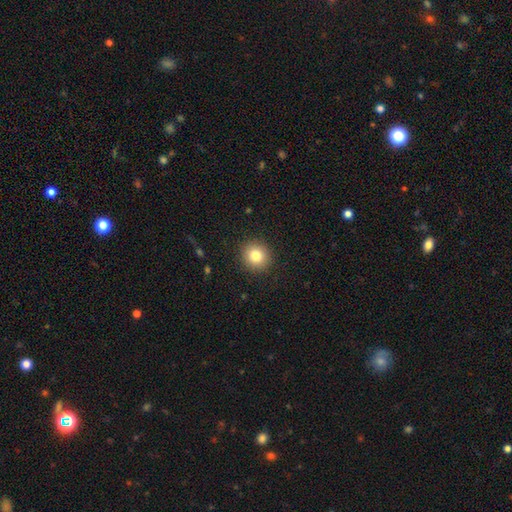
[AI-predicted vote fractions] A smooth galaxy with no disk features (82%) that is round (91%).

Vote fractions:
- Smooth or featured? smooth: 82% / star or artifact: 10% / featured or disk: 8%
- How rounded? round: 91% / in between: 8% / cigar-shaped: 1%
- Merging? none: 91% / minor disturbance: 6% / major disturbance: 2% / merger: 1%